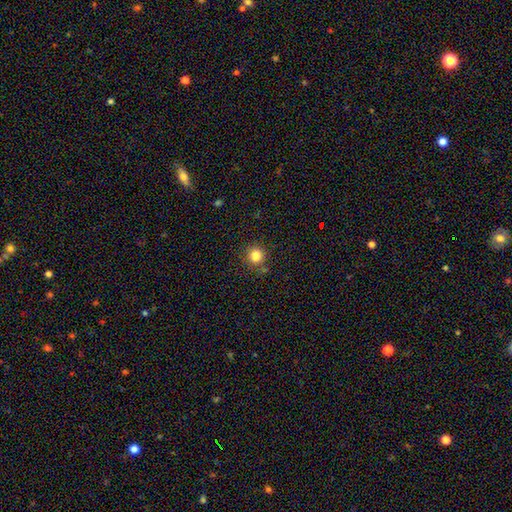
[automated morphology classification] smooth_or_featured: smooth (p=0.83) [alt: star or artifact p=0.12]
how_rounded: round (p=0.92) [alt: in between p=0.07]
merging: none (p=0.82) [alt: minor disturbance p=0.10]